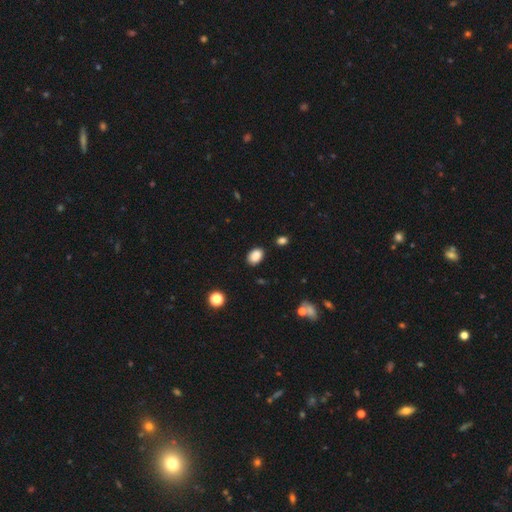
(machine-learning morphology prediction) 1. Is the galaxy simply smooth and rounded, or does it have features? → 88% smooth, 9% star or artifact, 3% featured or disk.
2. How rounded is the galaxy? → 83% in between, 16% round, 1% cigar-shaped.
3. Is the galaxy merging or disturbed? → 86% none, 10% minor disturbance, 2% major disturbance, 2% merger.